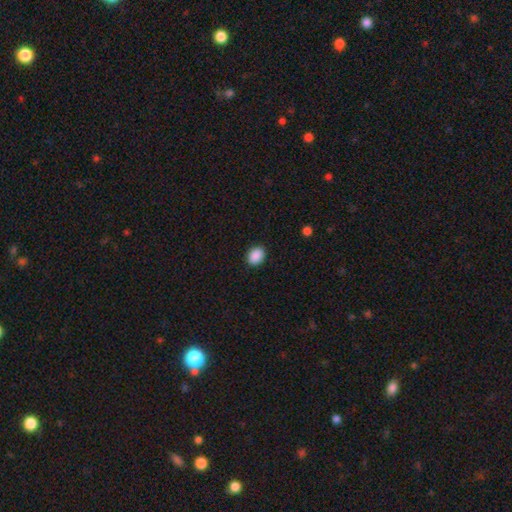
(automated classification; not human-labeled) Overall: smooth (90%). How rounded: in between (63%; round 36%). Merging: none (89%).